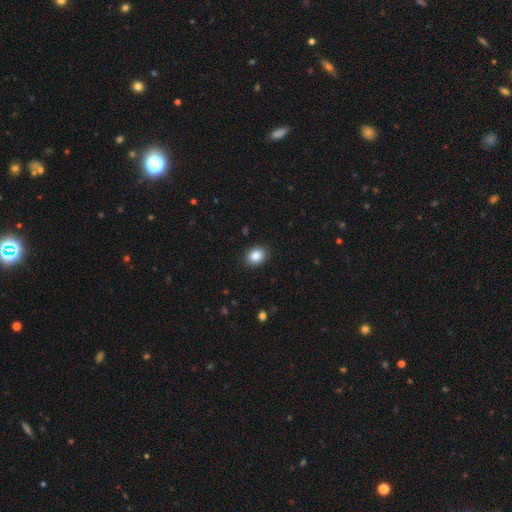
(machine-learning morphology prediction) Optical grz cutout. It shows a smooth galaxy with no disk features (86%) that is round (51%). Merging: none (90%).